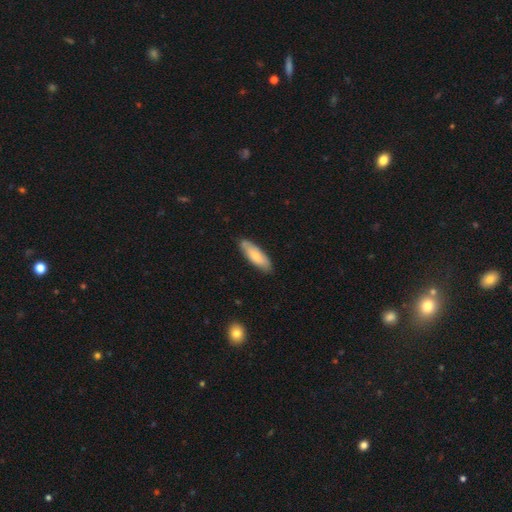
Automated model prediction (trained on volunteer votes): Q: Smooth or featured?
A: smooth (73%); runner-up: featured or disk (22%)
Q: How rounded?
A: in between (57%); runner-up: cigar-shaped (42%)
Q: Merging?
A: none (81%); runner-up: minor disturbance (15%)